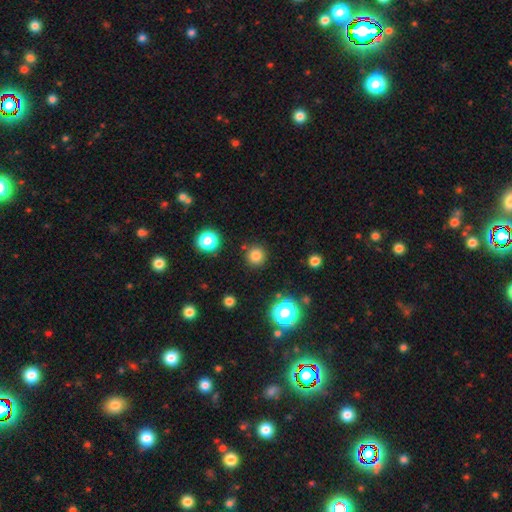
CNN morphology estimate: Smooth or featured: smooth — 79% (star or artifact — 16%)
How rounded: round — 94% (in between — 5%)
Merging: none — 89% (minor disturbance — 6%)